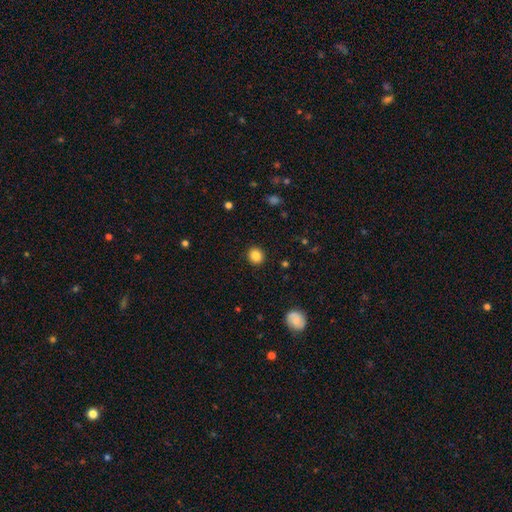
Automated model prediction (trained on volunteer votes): Smooth or featured? smooth (84%)
How rounded? round (87%)
Merging? none (92%)